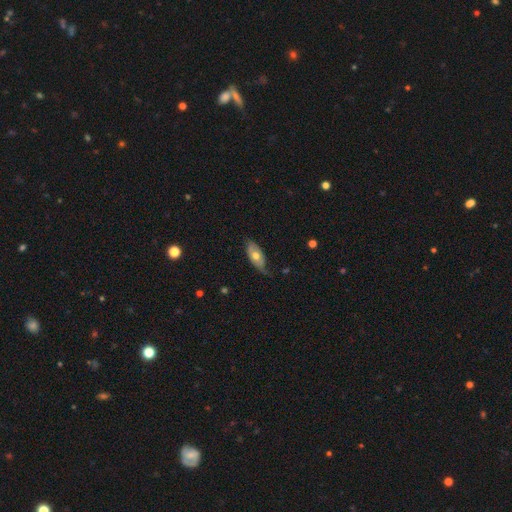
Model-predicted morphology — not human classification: This appears to be a smooth galaxy with no disk features (49%). Merging: none (50%).